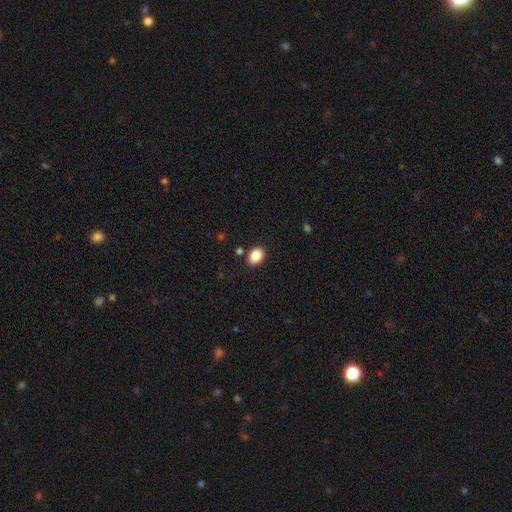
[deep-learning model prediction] This appears to be a smooth galaxy with no disk features (88%) that is in between round and cigar-shaped (71%). Merging: none (85%).